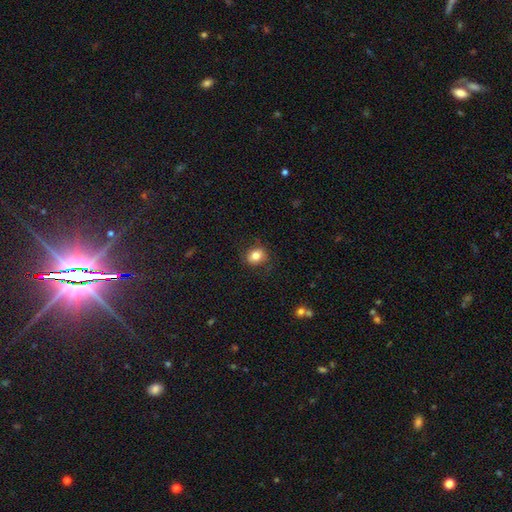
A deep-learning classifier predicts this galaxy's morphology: smooth 82%, star or artifact 10%, featured or disk 8%. Down the decision tree: how rounded — round (64%); merging — none (82%).